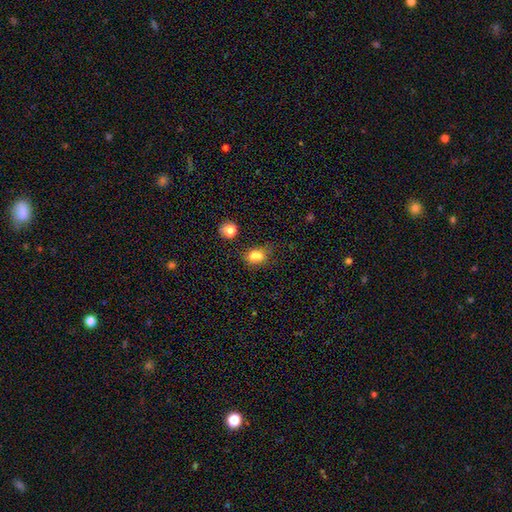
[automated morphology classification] smooth_or_featured: smooth (p=0.75) [alt: star or artifact p=0.14]
how_rounded: in between (p=0.60) [alt: round p=0.38]
merging: none (p=0.41) [alt: merger p=0.33]